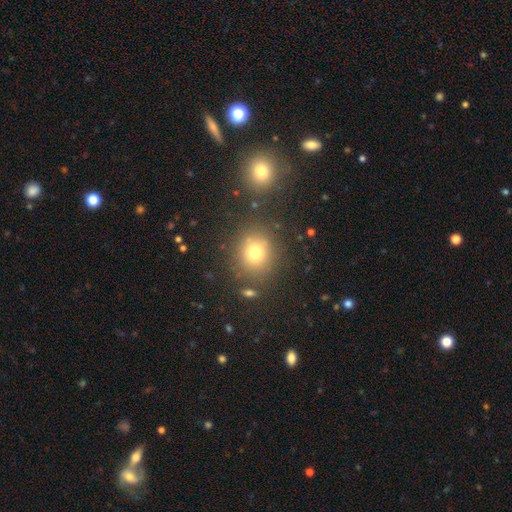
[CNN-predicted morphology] This appears to be a smooth galaxy with no disk features (76%) that is round (79%). Merging: none (79%).